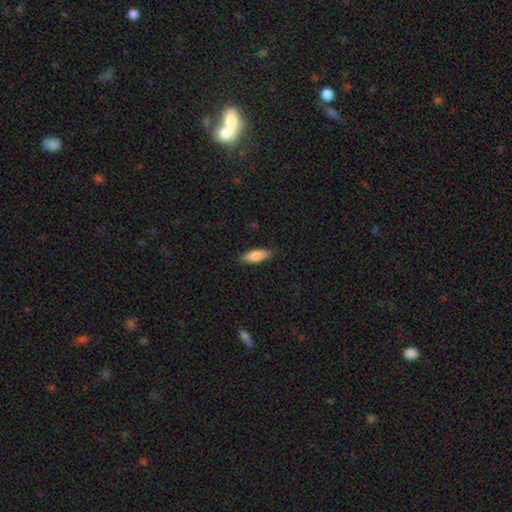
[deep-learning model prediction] Morphology: type=smooth (84%); roundness=in between (68%); merging=none (86%).